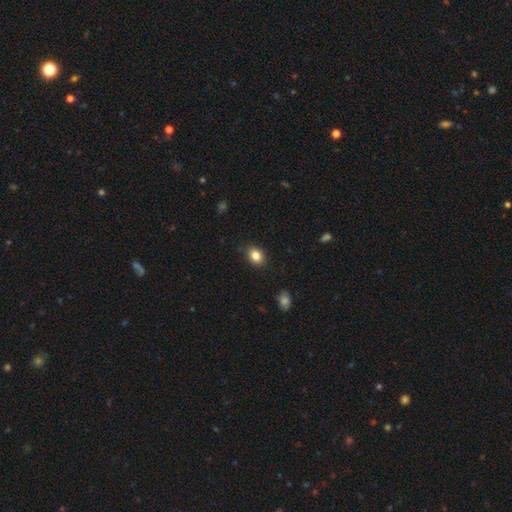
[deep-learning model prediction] smooth-or-featured: smooth: 84% | star or artifact: 10% | featured or disk: 7%
  how-rounded: in between: 61% | round: 38% | cigar-shaped: 1%
  merging: none: 87% | minor disturbance: 9% | major disturbance: 2% | merger: 1%